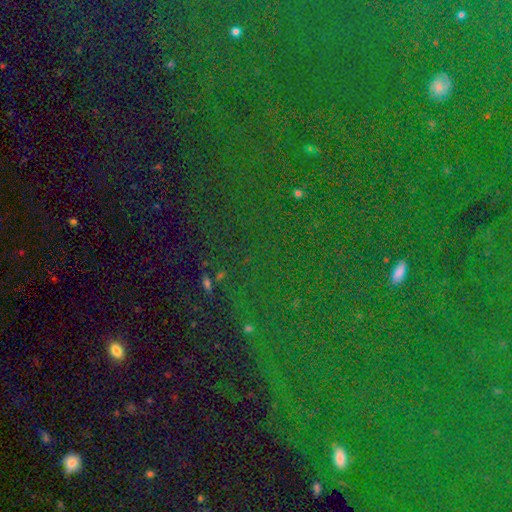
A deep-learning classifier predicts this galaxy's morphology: This appears to be a star or artifact, not a galaxy (84%).